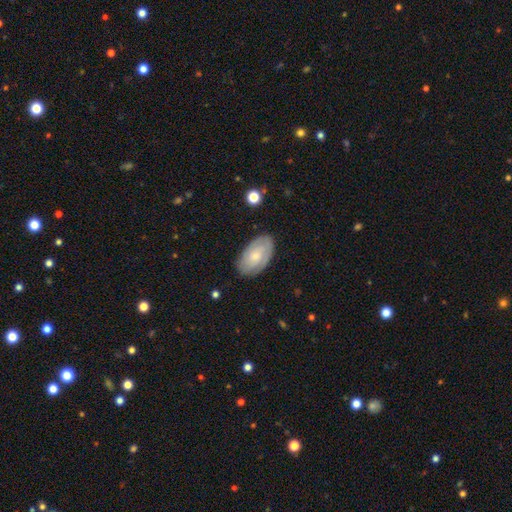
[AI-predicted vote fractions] This appears to be a smooth galaxy with no disk features (55%) that is in between round and cigar-shaped (94%). Merging: none (81%).